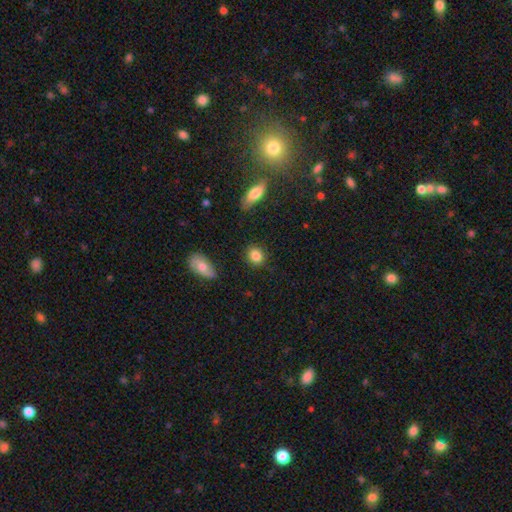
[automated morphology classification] The model was most divided on "how rounded": round: 67%, in between: 32%, cigar-shaped: 2%. More confident: merging — none (86%); smooth or featured — smooth (86%).